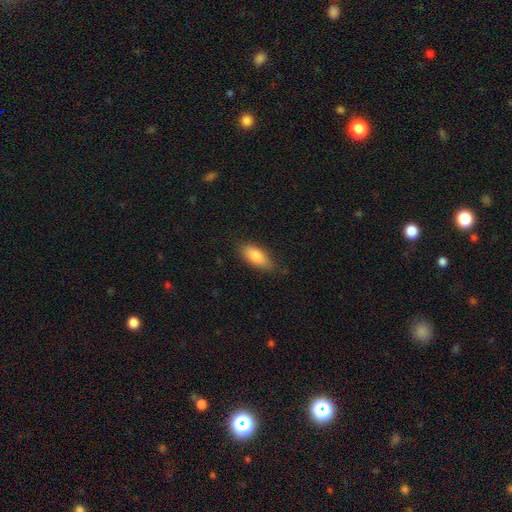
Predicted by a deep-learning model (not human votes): A smooth galaxy with no disk features (83%) that is in between round and cigar-shaped (81%). Merging: none (77%).